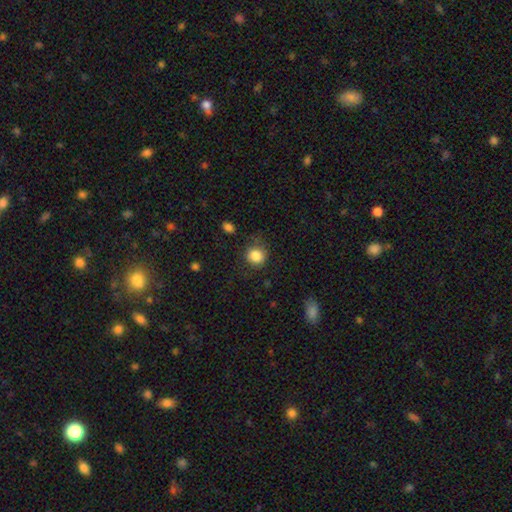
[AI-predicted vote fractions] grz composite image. It shows a smooth galaxy with no disk features (86%) that is round (84%). Merging: none (75%).